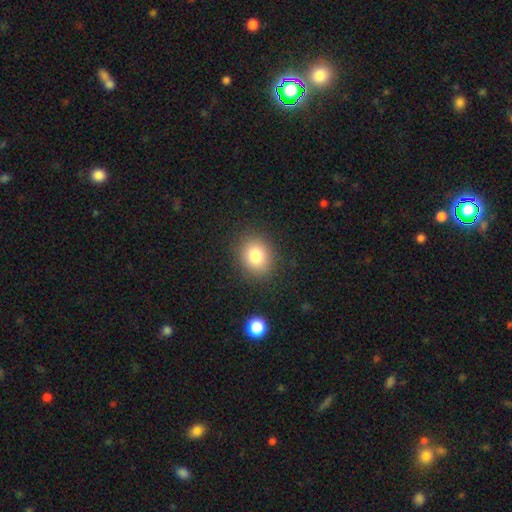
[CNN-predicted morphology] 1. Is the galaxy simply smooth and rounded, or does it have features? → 81% smooth, 11% star or artifact, 8% featured or disk.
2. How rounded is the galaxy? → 64% round, 35% in between, 1% cigar-shaped.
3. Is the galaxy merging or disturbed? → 88% none, 8% minor disturbance, 3% major disturbance, 1% merger.